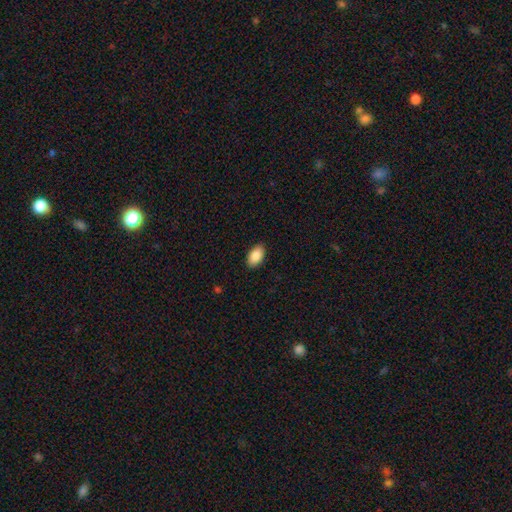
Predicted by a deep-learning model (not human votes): Smooth or featured: smooth — 88% (star or artifact — 7%)
How rounded: in between — 94% (round — 5%)
Merging: none — 89% (minor disturbance — 9%)